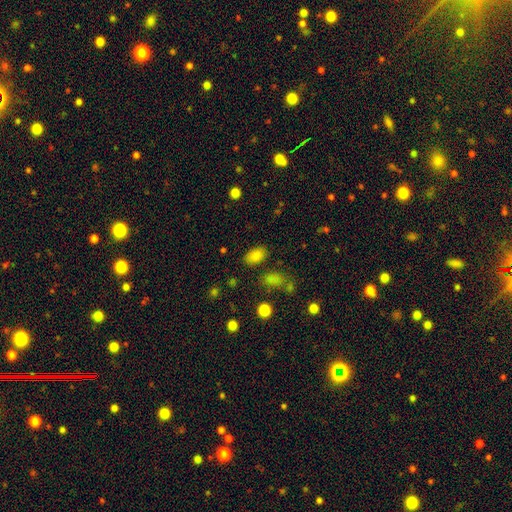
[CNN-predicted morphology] smooth 84%, star or artifact 11%, featured or disk 6%. Down the decision tree: how rounded — in between (91%); merging — none (82%).